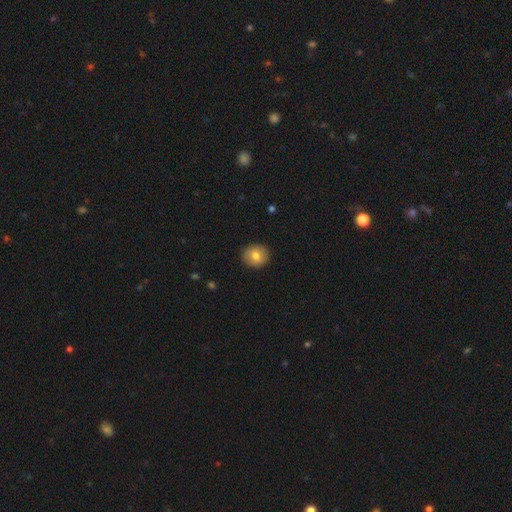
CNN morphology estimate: This is likely a smooth galaxy (78%). How rounded: clearly round (83%). Merging: clearly none (90%).